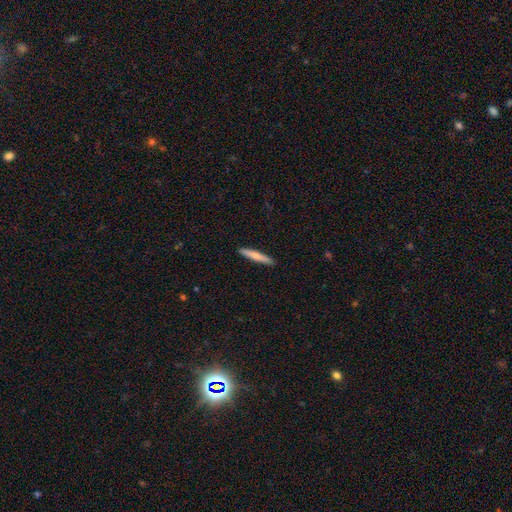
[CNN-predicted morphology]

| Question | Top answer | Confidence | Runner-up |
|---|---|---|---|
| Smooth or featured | smooth | 69% | featured or disk (26%) |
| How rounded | cigar-shaped | 94% | in between (4%) |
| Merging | none | 92% | minor disturbance (6%) |